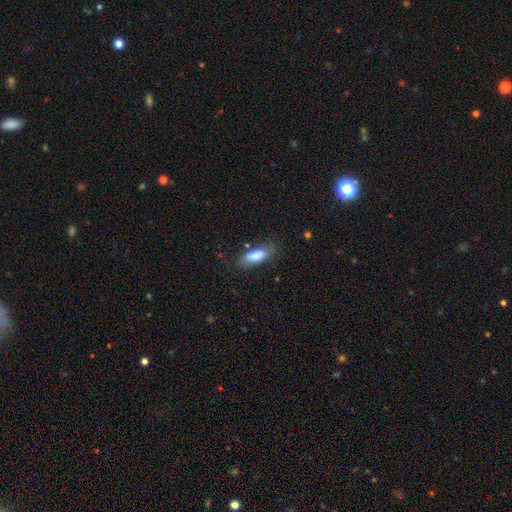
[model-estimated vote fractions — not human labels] smooth 83%, featured or disk 11%, star or artifact 7%. Down the decision tree: how rounded — in between (75%); merging — none (76%).